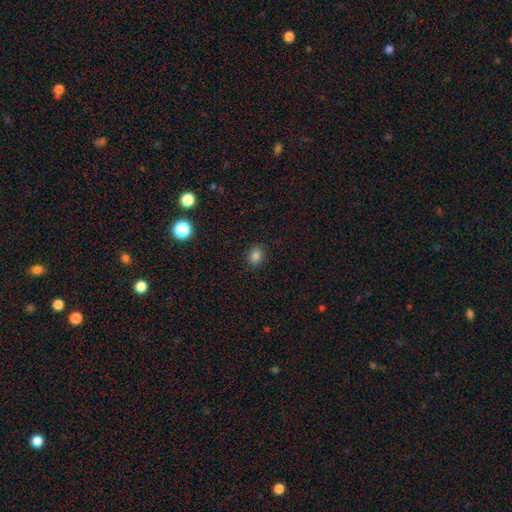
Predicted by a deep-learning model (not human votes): smooth 82%, star or artifact 14%, featured or disk 4%. Down the decision tree: how rounded — round (53%); merging — none (88%).